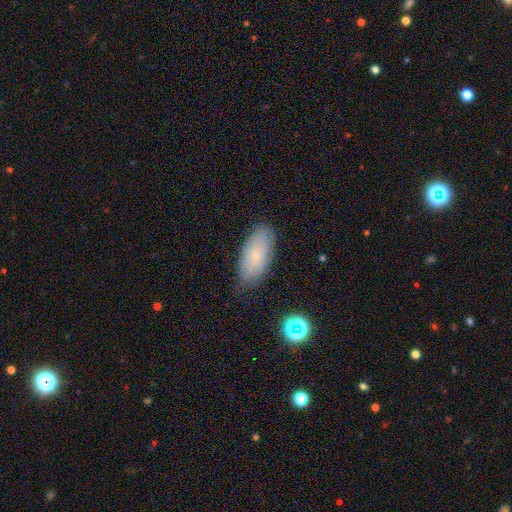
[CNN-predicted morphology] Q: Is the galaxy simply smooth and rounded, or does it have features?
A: smooth — 64%.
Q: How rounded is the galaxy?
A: in between — 90%.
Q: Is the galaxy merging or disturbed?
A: none — 77%.